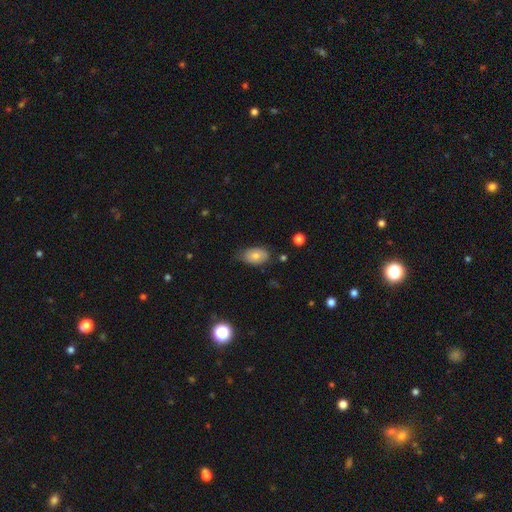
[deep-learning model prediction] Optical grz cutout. It shows a smooth galaxy with no disk features (71%) that is in between round and cigar-shaped (88%). Merging: none (64%).